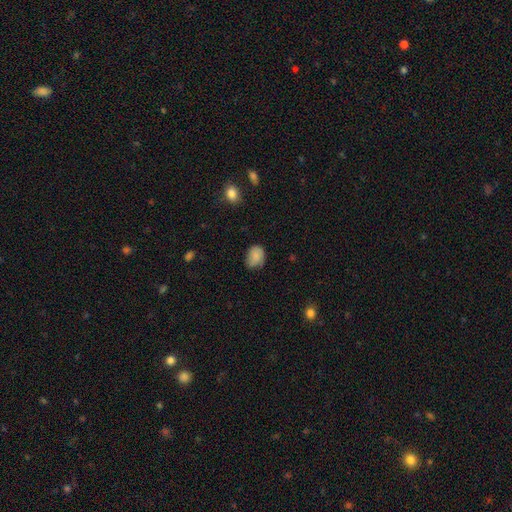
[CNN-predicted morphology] smooth 83%, featured or disk 8%, star or artifact 8%. Down the decision tree: how rounded — in between (67%); merging — none (60%).